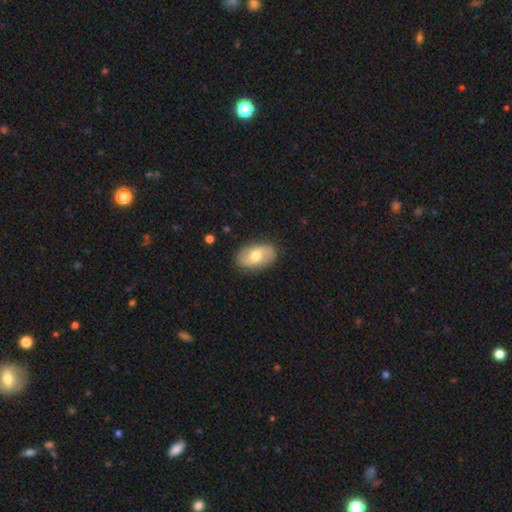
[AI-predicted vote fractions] Q: Smooth or featured?
A: smooth (49%); runner-up: featured or disk (45%)
Q: Merging?
A: none (84%); runner-up: minor disturbance (12%)